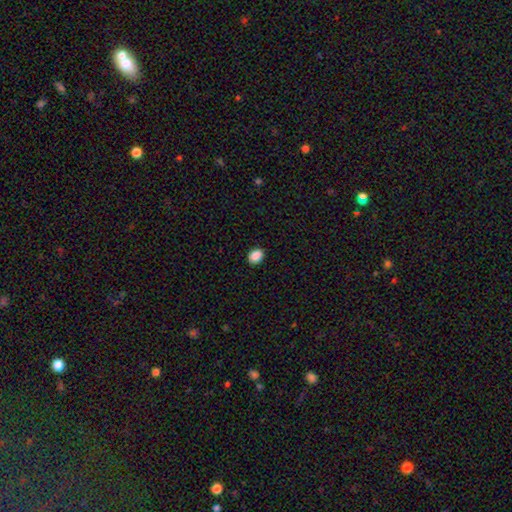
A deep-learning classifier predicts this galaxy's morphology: Q: Smooth or featured?
A: smooth (89%); runner-up: star or artifact (8%)
Q: How rounded?
A: in between (61%); runner-up: round (38%)
Q: Merging?
A: none (90%); runner-up: minor disturbance (8%)